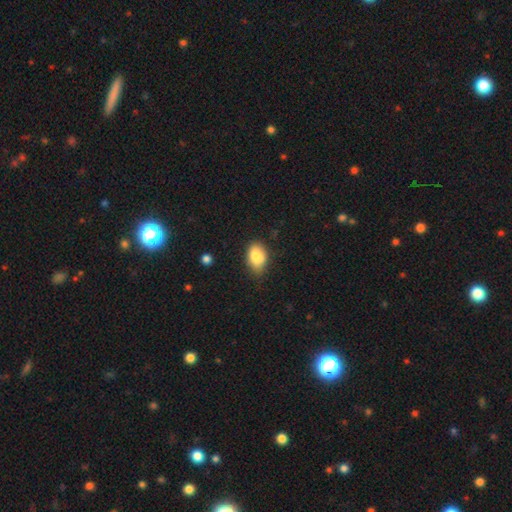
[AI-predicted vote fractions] Smooth or featured? Predicted: smooth (p=0.83). How rounded? Predicted: in between (p=0.83). Merging? Predicted: none (p=0.64).